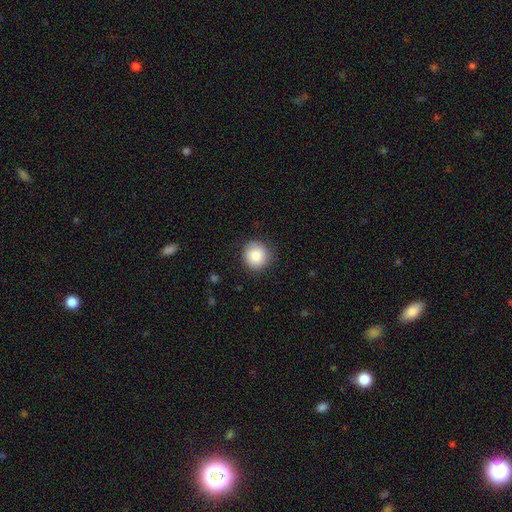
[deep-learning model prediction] Q: Smooth or featured?
A: smooth (84%); runner-up: star or artifact (8%)
Q: How rounded?
A: round (92%); runner-up: in between (8%)
Q: Merging?
A: none (84%); runner-up: minor disturbance (12%)